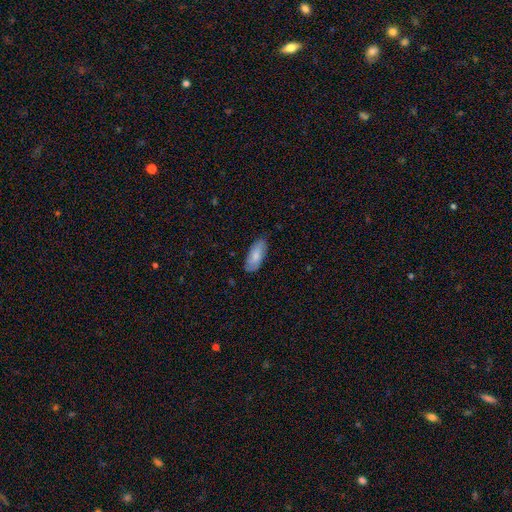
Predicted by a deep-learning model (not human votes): The model was most divided on "smooth or featured": smooth: 78%, featured or disk: 17%, star or artifact: 6%. More confident: how rounded — in between (86%); merging — none (82%).